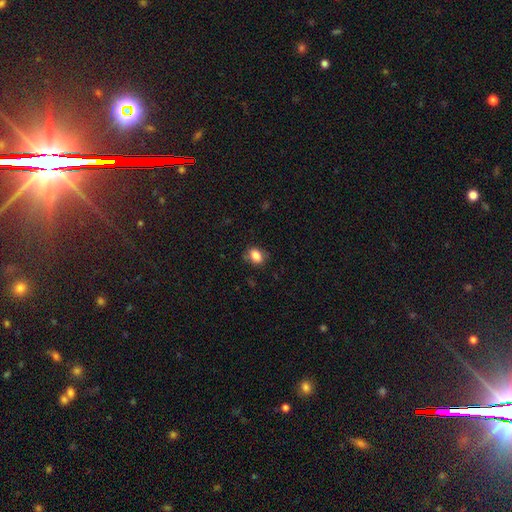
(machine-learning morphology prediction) This is clearly a smooth galaxy (84%). How rounded: likely in between (67%). Merging: likely none (76%).